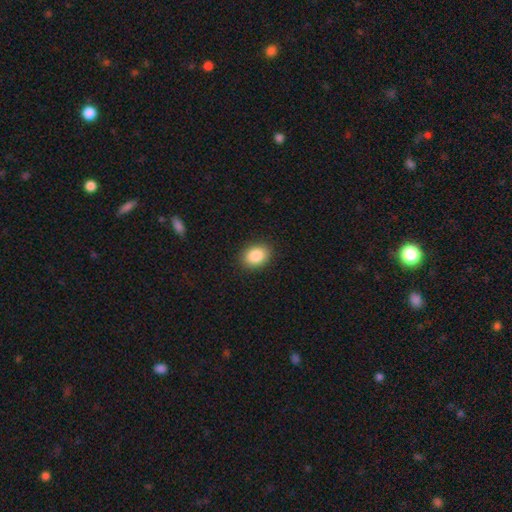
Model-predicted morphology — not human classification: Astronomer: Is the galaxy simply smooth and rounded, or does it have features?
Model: smooth — 88%.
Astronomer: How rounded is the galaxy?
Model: in between — 70%.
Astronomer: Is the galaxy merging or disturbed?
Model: none — 89%.